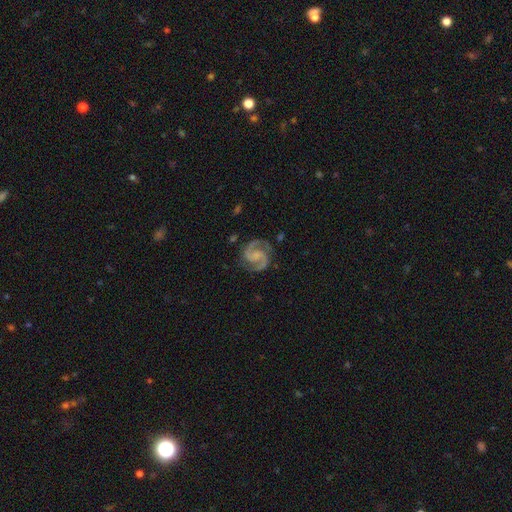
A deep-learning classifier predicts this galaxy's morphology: smooth-or-featured: featured or disk: 92% | star or artifact: 4% | smooth: 4%
  disk-edge-on: no: 98% | yes: 2%
    bar: no: 49% | weak: 38% | strong: 12%
    has-spiral-arms: yes: 98% | no: 2%
      spiral-winding: medium: 60% | tight: 29% | loose: 11%
      spiral-arm-count: 2: 94% | 3: 2% | can't tell: 1% | 1: 1% | 4: 1% | more than 4: 1%
    bulge-size: none: 43% | small: 37% | moderate: 16% | large: 2% | dominant: 1%
  merging: none: 81% | minor disturbance: 13% | major disturbance: 4% | merger: 2%